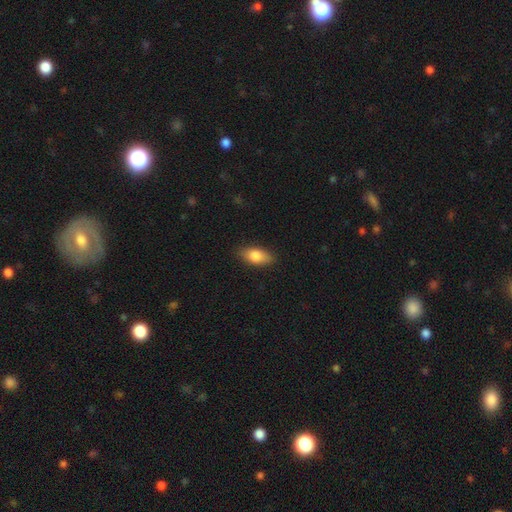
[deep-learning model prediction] Smooth or featured? Predicted: smooth (p=0.79). How rounded? Predicted: in between (p=0.87). Merging? Predicted: none (p=0.86).